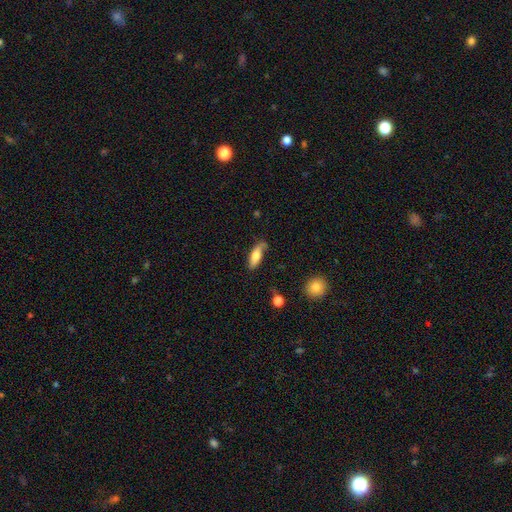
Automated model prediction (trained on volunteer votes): A smooth galaxy with no disk features (69%) that is in between round and cigar-shaped (62%). Merging: none (61%).